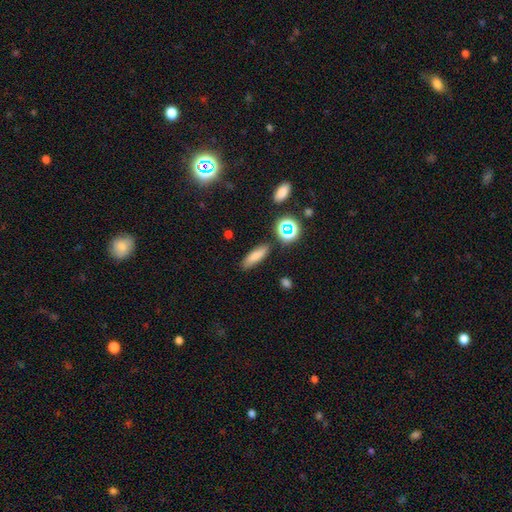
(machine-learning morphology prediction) Overall: smooth (77%). How rounded: cigar-shaped (50%; in between 45%). Merging: none (84%).